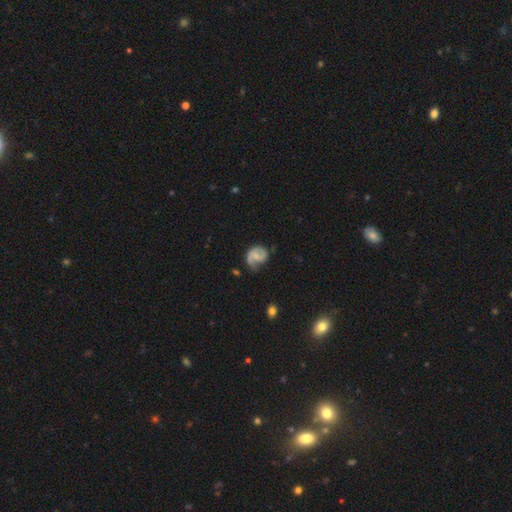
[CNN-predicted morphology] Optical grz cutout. It shows a featured or disk galaxy (72%) with no bar (44%, tied with weak), 2 (64%) medium (44%) spiral arms (92%) and a small central bulge (48%). Merging: none (53%).